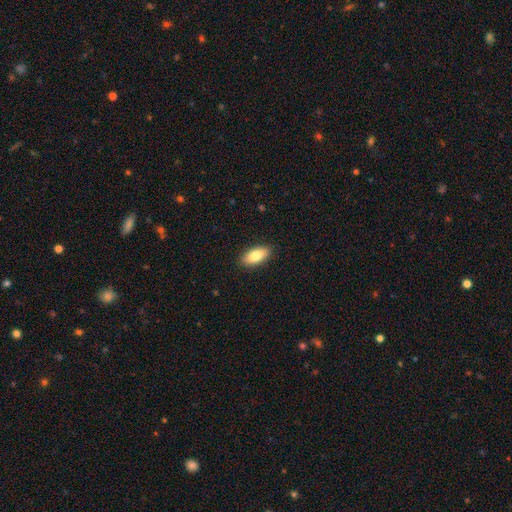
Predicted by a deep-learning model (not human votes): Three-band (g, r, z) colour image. It shows a smooth galaxy with no disk features (80%) that is in between round and cigar-shaped (88%). Merging: none (90%).